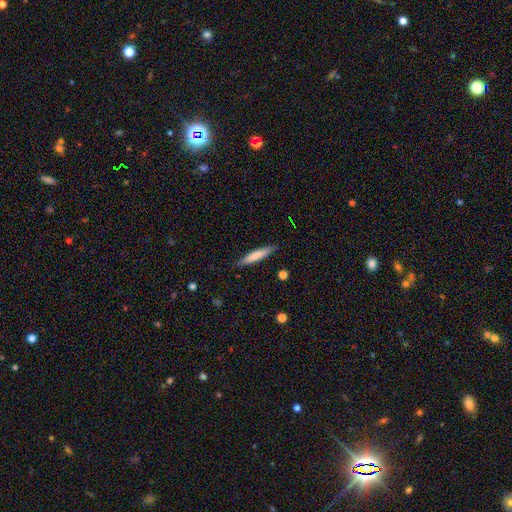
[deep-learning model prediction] Smooth or featured?
  - smooth: 74% *
  - featured or disk: 20%
  - star or artifact: 6%
How rounded?
  - cigar-shaped: 90% *
  - in between: 9%
  - round: 1%
Merging?
  - none: 87% *
  - minor disturbance: 9%
  - major disturbance: 2%
  - merger: 1%